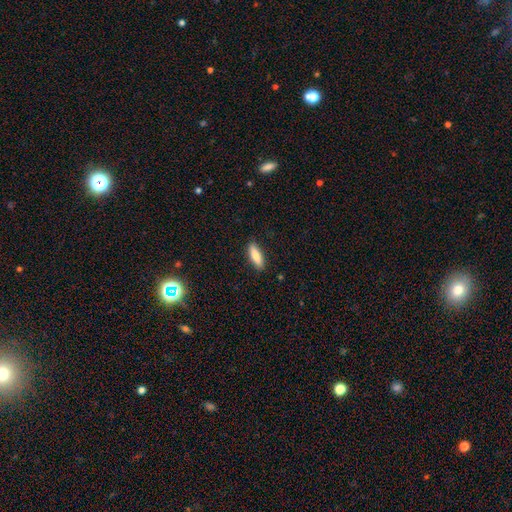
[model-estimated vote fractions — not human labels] Overall: smooth (78%). How rounded: cigar-shaped (52%; in between 46%). Merging: none (87%).